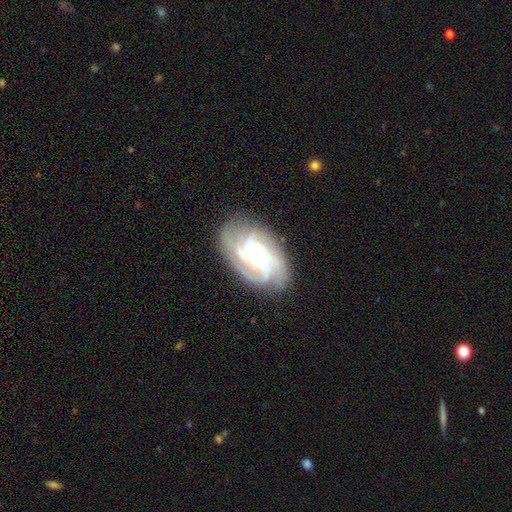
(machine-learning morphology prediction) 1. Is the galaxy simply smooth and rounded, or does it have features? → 85% featured or disk, 9% smooth, 6% star or artifact.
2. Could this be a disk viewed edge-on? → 96% no, 4% yes.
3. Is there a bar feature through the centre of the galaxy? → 52% no, 37% weak, 11% strong.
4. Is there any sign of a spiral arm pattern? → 96% yes, 4% no.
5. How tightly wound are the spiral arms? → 60% tight, 34% medium, 7% loose.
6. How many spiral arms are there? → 32% 3, 24% 4, 21% can't tell, 13% 2, 6% more than 4, 5% 1.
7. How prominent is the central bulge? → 56% small, 39% moderate, 2% large, 1% none, 1% dominant.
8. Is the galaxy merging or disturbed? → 78% none, 16% minor disturbance, 5% major disturbance, 1% merger.